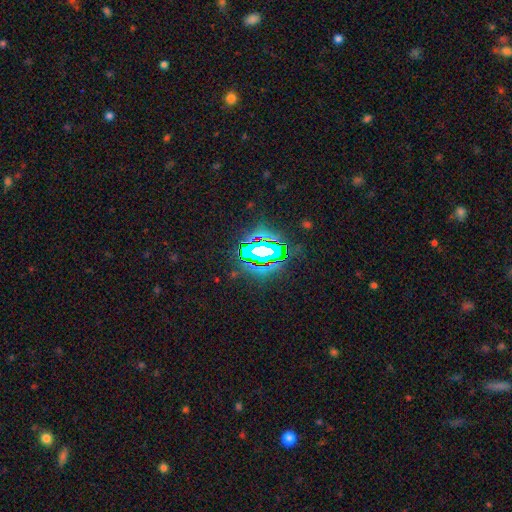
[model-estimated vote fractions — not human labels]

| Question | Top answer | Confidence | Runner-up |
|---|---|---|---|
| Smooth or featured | star or artifact | 79% | smooth (12%) |